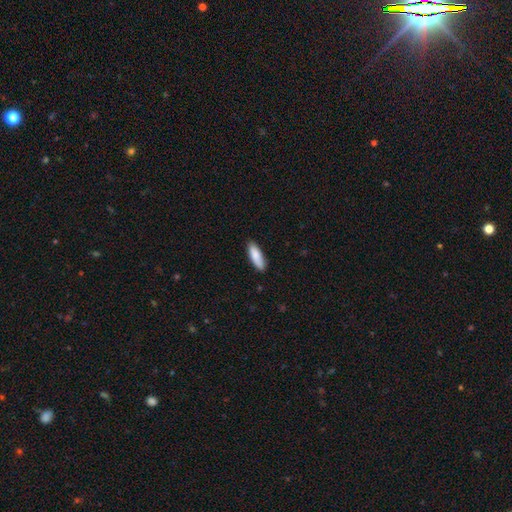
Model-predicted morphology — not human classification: Smooth or featured? smooth (86%)
How rounded? in between (57%)
Merging? none (84%)